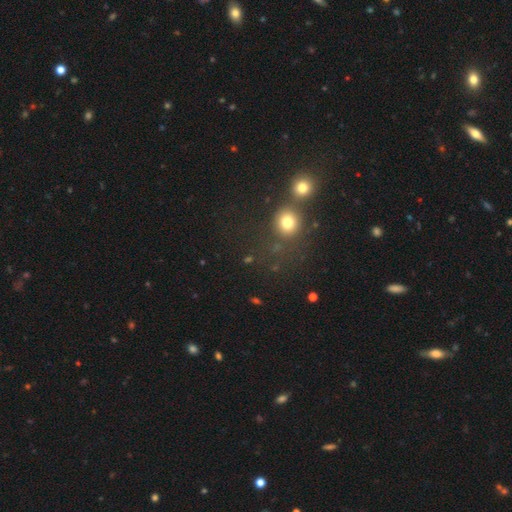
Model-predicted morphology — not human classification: A smooth galaxy with no disk features (53%) that is round (82%). Merging: none (50%).